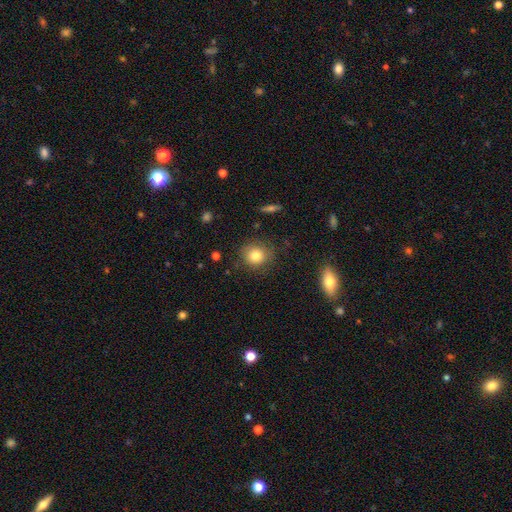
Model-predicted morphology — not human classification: Q: Smooth or featured?
A: smooth (81%); runner-up: star or artifact (11%)
Q: How rounded?
A: round (82%); runner-up: in between (17%)
Q: Merging?
A: none (83%); runner-up: minor disturbance (12%)